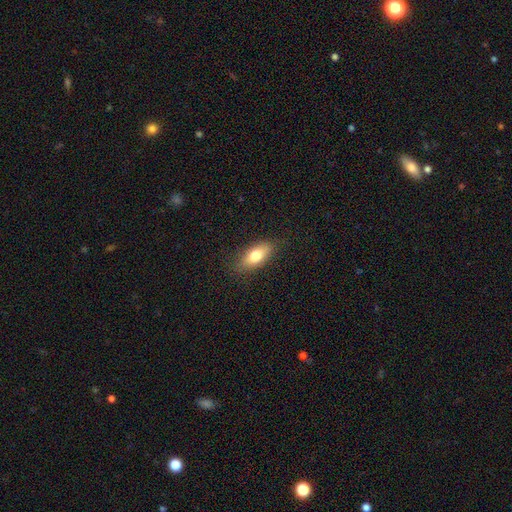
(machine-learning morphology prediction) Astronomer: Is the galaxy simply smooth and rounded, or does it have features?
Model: smooth — 75%.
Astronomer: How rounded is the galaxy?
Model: in between — 80%.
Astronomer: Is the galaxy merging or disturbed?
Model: none — 84%.